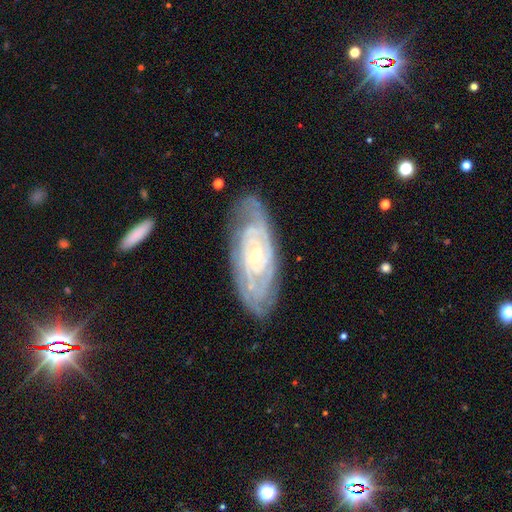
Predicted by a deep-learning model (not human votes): smooth-or-featured: featured or disk: 87% | smooth: 7% | star or artifact: 5%
  disk-edge-on: no: 92% | yes: 8%
    bar: no: 67% | weak: 24% | strong: 9%
    has-spiral-arms: yes: 96% | no: 4%
      spiral-winding: tight: 81% | medium: 16% | loose: 3%
      spiral-arm-count: can't tell: 38% | 2: 23% | 3: 17% | 4: 12% | more than 4: 6% | 1: 5%
    bulge-size: small: 60% | moderate: 37% | large: 1% | none: 1% | dominant: 1%
  merging: none: 75% | minor disturbance: 18% | major disturbance: 5% | merger: 2%